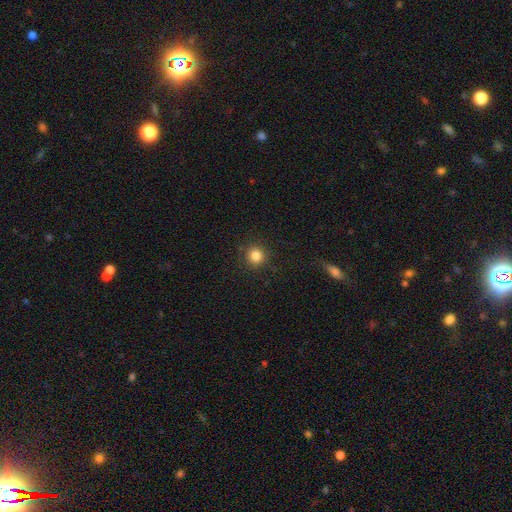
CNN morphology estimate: Smooth or featured?
  - smooth: 84% *
  - star or artifact: 12%
  - featured or disk: 4%
How rounded?
  - round: 94% *
  - in between: 5%
  - cigar-shaped: 1%
Merging?
  - none: 91% *
  - minor disturbance: 6%
  - major disturbance: 2%
  - merger: 1%